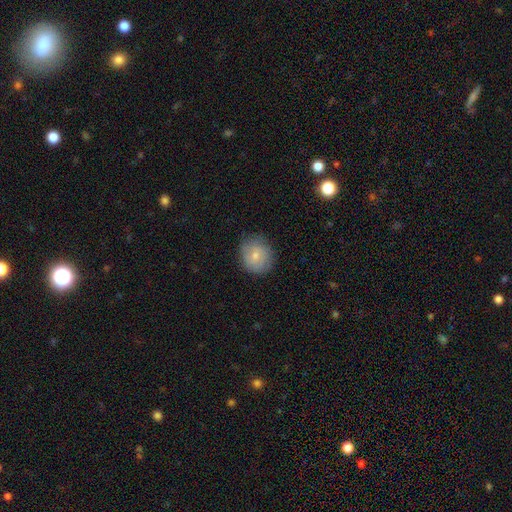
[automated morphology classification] Smooth or featured? smooth (66%)
How rounded? round (83%)
Merging? none (81%)